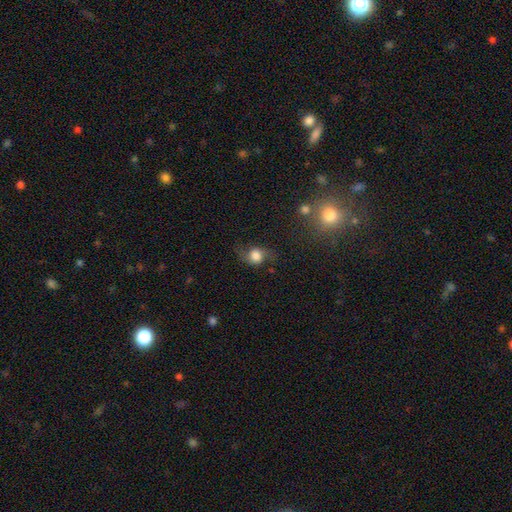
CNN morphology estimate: Q: Smooth or featured?
A: smooth (59%); runner-up: featured or disk (30%)
Q: How rounded?
A: round (61%); runner-up: in between (37%)
Q: Merging?
A: none (59%); runner-up: minor disturbance (23%)